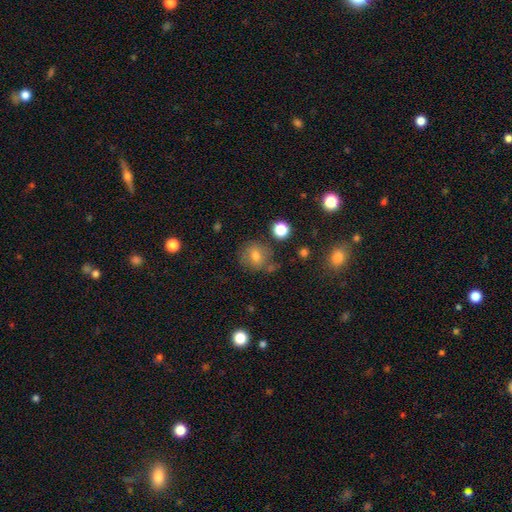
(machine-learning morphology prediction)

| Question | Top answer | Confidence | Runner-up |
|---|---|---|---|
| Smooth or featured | smooth | 73% | featured or disk (14%) |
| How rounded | round | 78% | in between (20%) |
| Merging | none | 70% | minor disturbance (16%) |